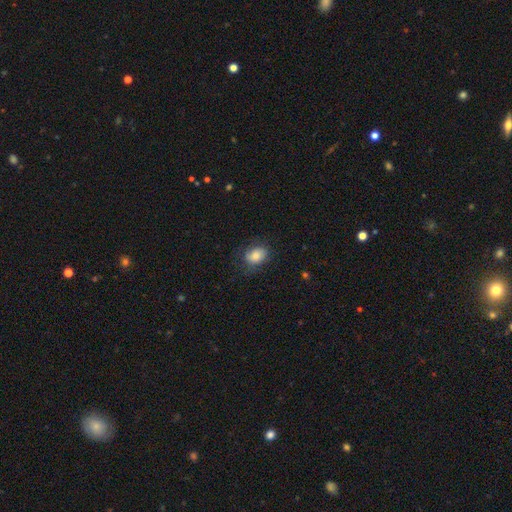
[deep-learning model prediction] smooth_or_featured: smooth (p=0.81) [alt: featured or disk p=0.11]
how_rounded: in between (p=0.71) [alt: round p=0.28]
merging: none (p=0.70) [alt: minor disturbance p=0.20]